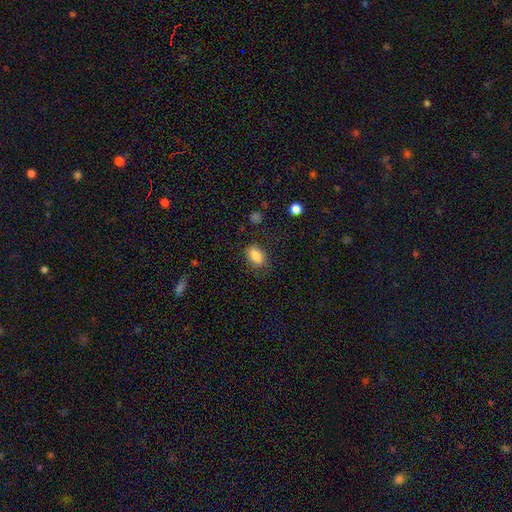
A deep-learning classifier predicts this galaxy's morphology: A smooth galaxy with no disk features (85%) that is in between round and cigar-shaped (85%).

Vote fractions:
- Smooth or featured? smooth: 85% / star or artifact: 9% / featured or disk: 6%
- How rounded? in between: 85% / round: 12% / cigar-shaped: 2%
- Merging? none: 75% / minor disturbance: 17% / major disturbance: 6% / merger: 2%